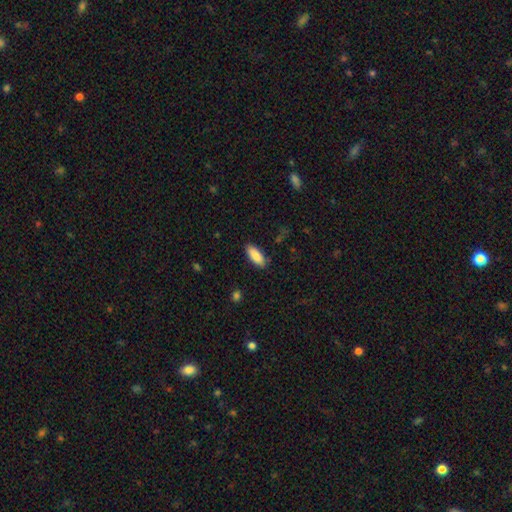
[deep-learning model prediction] Morphology: type=smooth (88%); roundness=in between (77%); merging=none (87%).